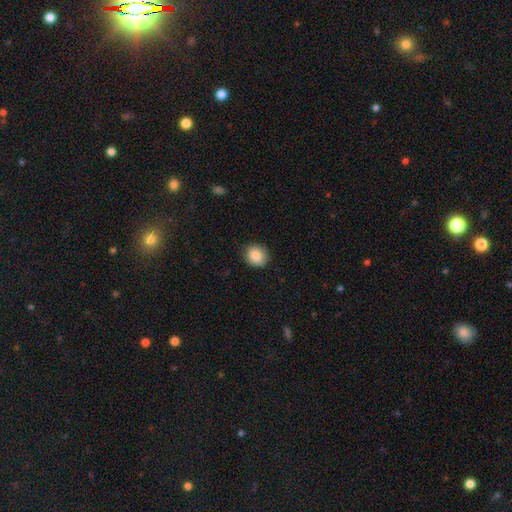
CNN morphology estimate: Smooth or featured?
  - smooth: 86% *
  - star or artifact: 8%
  - featured or disk: 6%
How rounded?
  - round: 66% *
  - in between: 33%
  - cigar-shaped: 1%
Merging?
  - none: 86% *
  - minor disturbance: 11%
  - major disturbance: 2%
  - merger: 1%